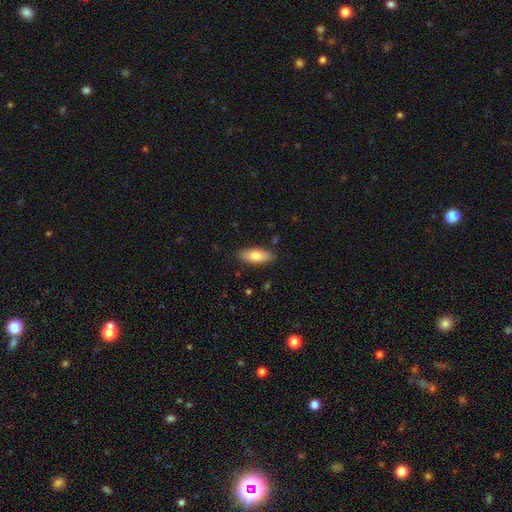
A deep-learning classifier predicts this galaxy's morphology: Smooth or featured?
  - smooth: 76% *
  - featured or disk: 17%
  - star or artifact: 6%
How rounded?
  - in between: 79% *
  - cigar-shaped: 19%
  - round: 2%
Merging?
  - none: 85% *
  - minor disturbance: 11%
  - major disturbance: 2%
  - merger: 1%